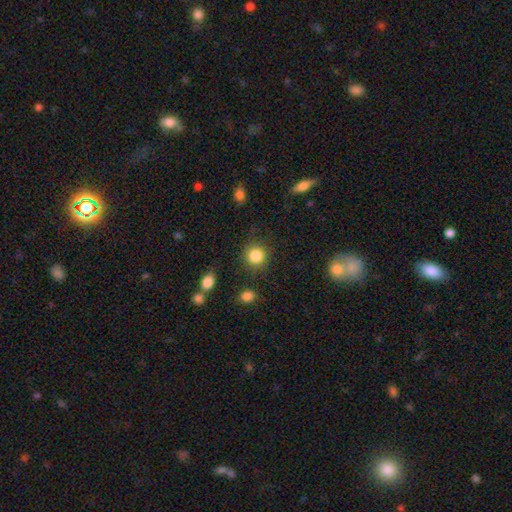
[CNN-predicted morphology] Q: Smooth or featured?
A: smooth (85%); runner-up: star or artifact (10%)
Q: How rounded?
A: round (91%); runner-up: in between (8%)
Q: Merging?
A: none (84%); runner-up: minor disturbance (10%)